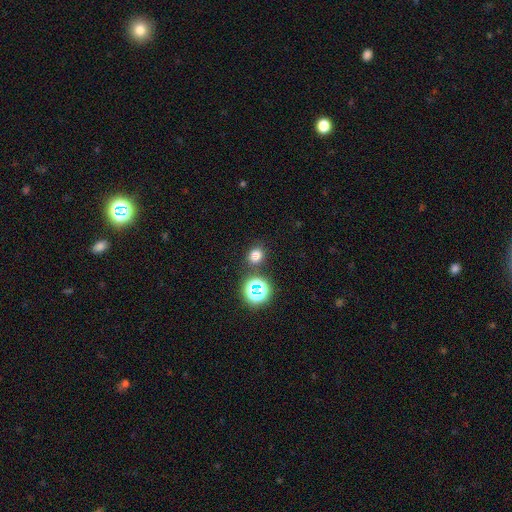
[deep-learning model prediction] The model was most divided on "how rounded": round: 69%, in between: 30%, cigar-shaped: 1%. More confident: merging — none (83%); smooth or featured — smooth (73%).